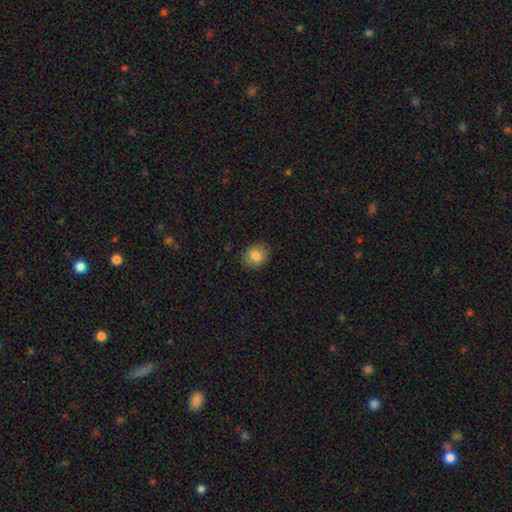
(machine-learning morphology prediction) Smooth or featured: smooth — 82% (star or artifact — 9%)
How rounded: round — 58% (in between — 41%)
Merging: none — 88% (minor disturbance — 9%)